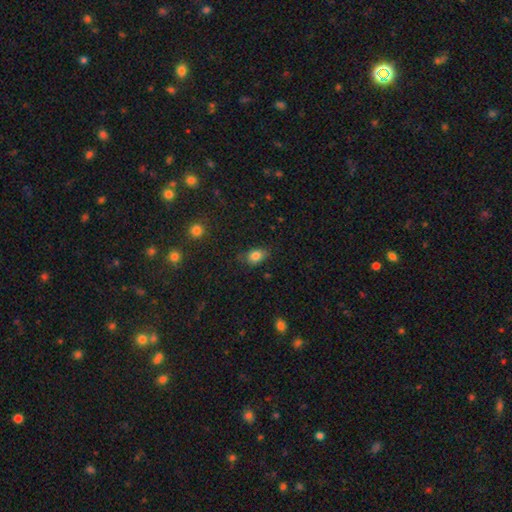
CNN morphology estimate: A smooth galaxy with no disk features (83%) that is in between round and cigar-shaped (78%). Merging: none (75%).